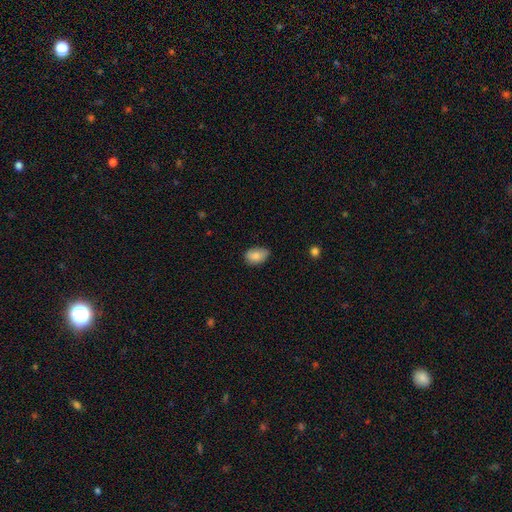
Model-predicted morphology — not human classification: This appears to be a smooth galaxy with no disk features (84%) that is in between round and cigar-shaped (86%). Merging: none (62%).